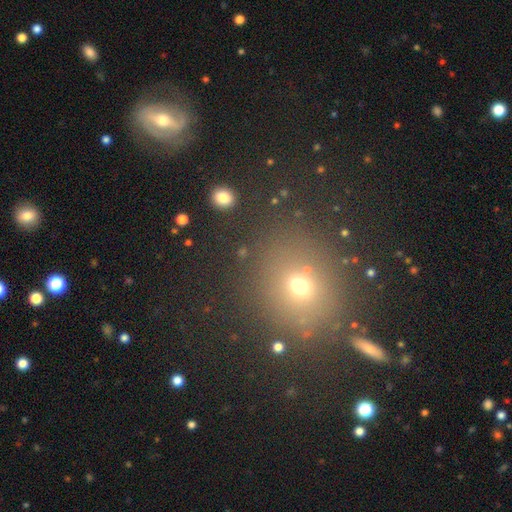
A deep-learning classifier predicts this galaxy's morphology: Smooth or featured?
  - smooth: 52% *
  - star or artifact: 36%
  - featured or disk: 11%
How rounded?
  - round: 80% *
  - in between: 18%
  - cigar-shaped: 1%
Merging?
  - none: 81% *
  - minor disturbance: 10%
  - major disturbance: 5%
  - merger: 5%